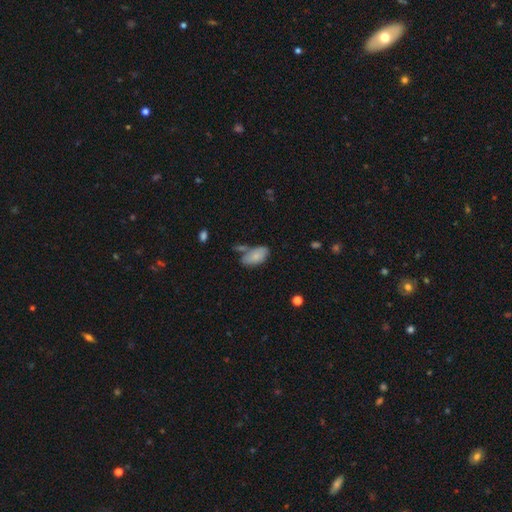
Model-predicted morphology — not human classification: Smooth or featured: smooth — 78% (featured or disk — 15%)
How rounded: in between — 94% (round — 3%)
Merging: none — 53% (minor disturbance — 25%)